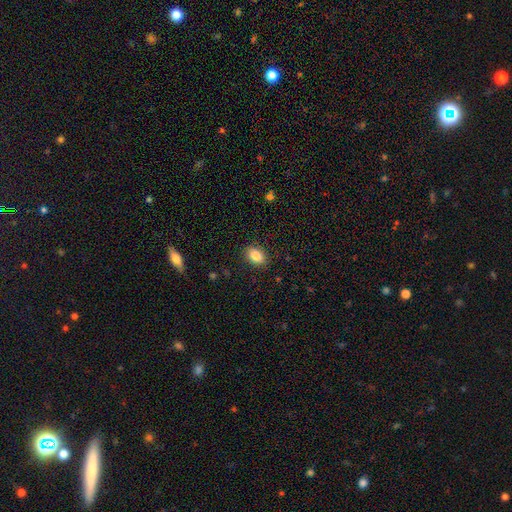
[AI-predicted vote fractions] This is clearly a smooth galaxy (86%). How rounded: clearly in between (82%). Merging: clearly none (88%).